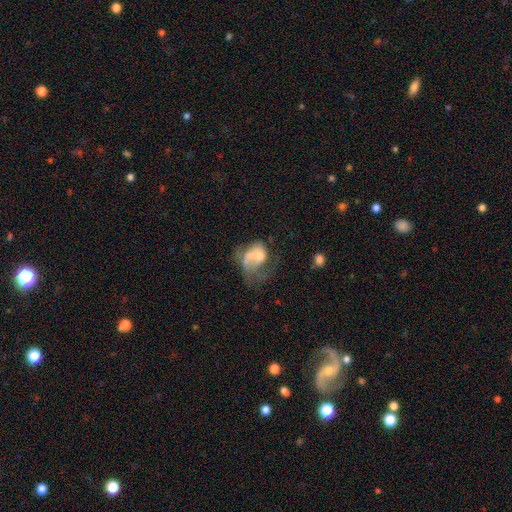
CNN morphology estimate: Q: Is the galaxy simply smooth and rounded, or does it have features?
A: featured or disk — 48%.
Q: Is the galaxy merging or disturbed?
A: major disturbance — 44%.